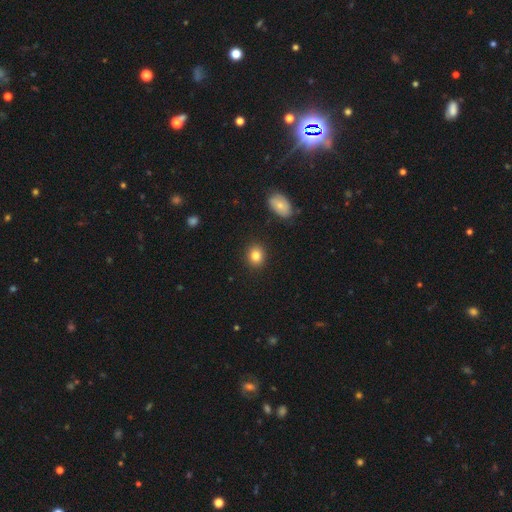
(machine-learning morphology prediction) smooth_or_featured: smooth (p=0.84) [alt: star or artifact p=0.10]
how_rounded: round (p=0.67) [alt: in between p=0.32]
merging: none (p=0.89) [alt: minor disturbance p=0.07]